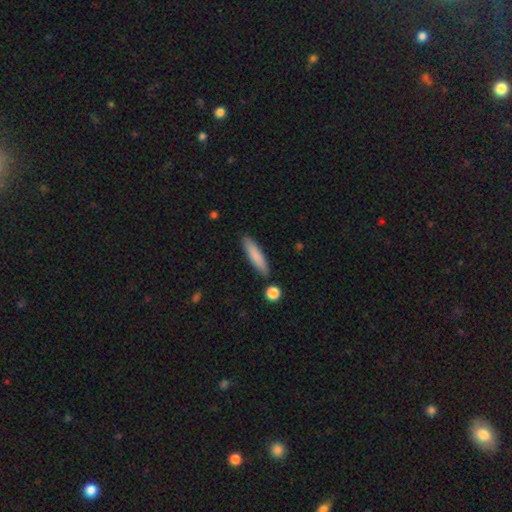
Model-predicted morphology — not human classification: A smooth galaxy with no disk features (82%) that is cigar-shaped (83%).

Vote fractions:
- Smooth or featured? smooth: 82% / featured or disk: 12% / star or artifact: 6%
- How rounded? cigar-shaped: 83% / in between: 16% / round: 1%
- Merging? none: 86% / minor disturbance: 9% / merger: 3% / major disturbance: 2%